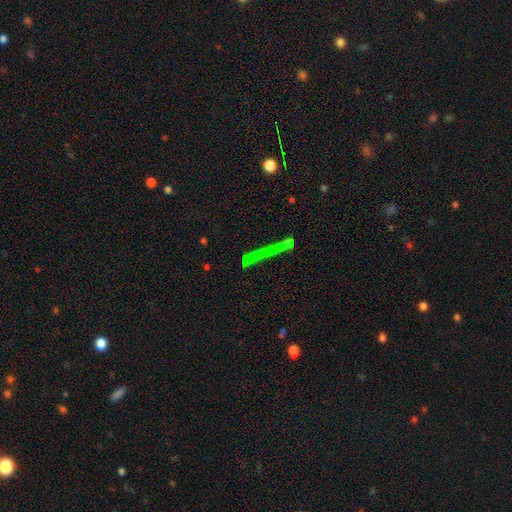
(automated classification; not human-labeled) Smooth or featured? star or artifact (35%)